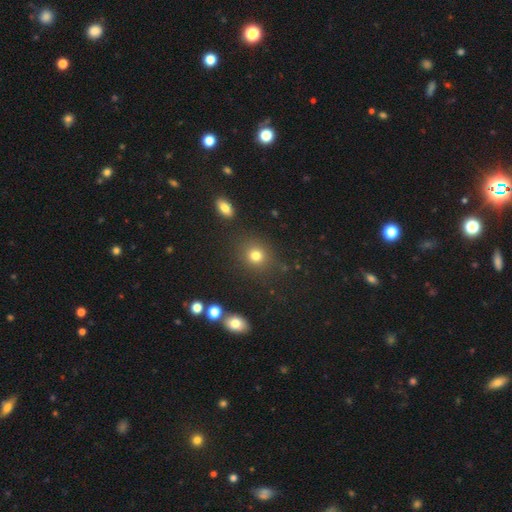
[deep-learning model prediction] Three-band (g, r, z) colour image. It shows a smooth galaxy with no disk features (78%) that is round (79%). Merging: none (83%).